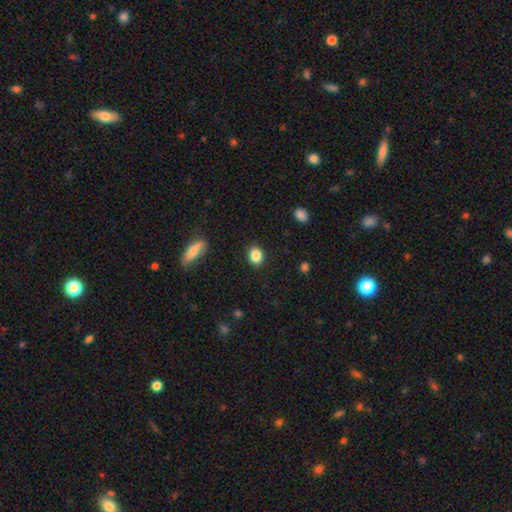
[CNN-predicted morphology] Overall: smooth (86%). How rounded: in between (52%; round 46%). Merging: none (89%).